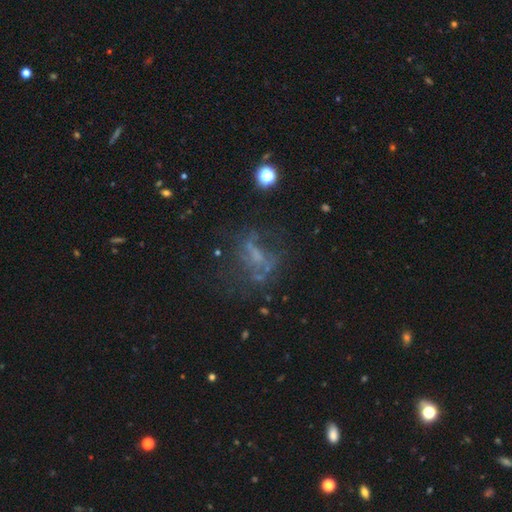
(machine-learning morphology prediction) Smooth or featured? Predicted: featured or disk (p=0.49). Merging? Predicted: none (p=0.45).